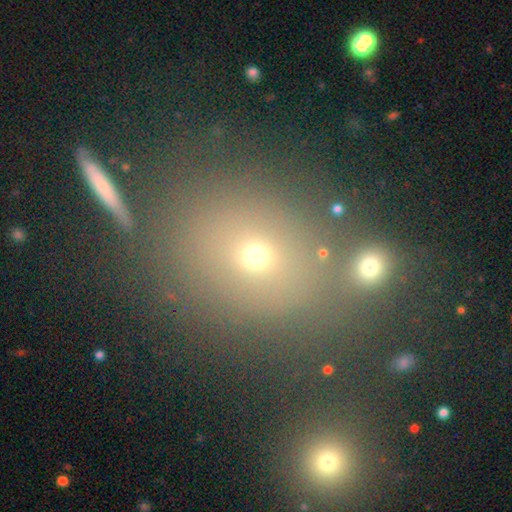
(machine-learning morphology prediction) star or artifact 44%, smooth 43%, featured or disk 13%.